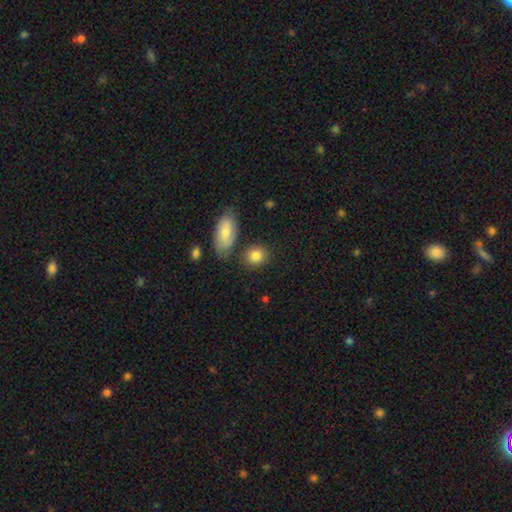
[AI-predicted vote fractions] smooth_or_featured: smooth (p=0.85) [alt: star or artifact p=0.08]
how_rounded: round (p=0.65) [alt: in between p=0.32]
merging: none (p=0.76) [alt: minor disturbance p=0.12]